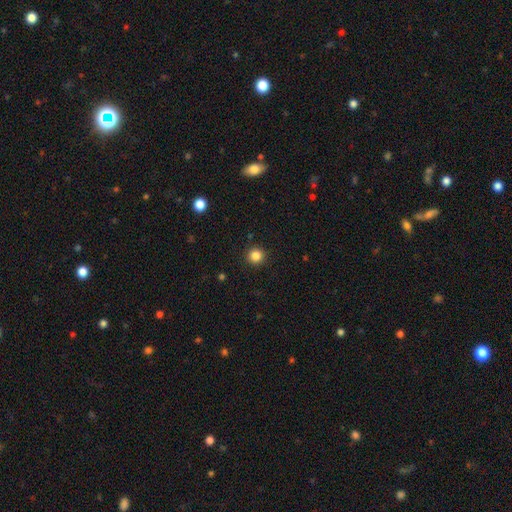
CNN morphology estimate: Smooth or featured?
  - smooth: 85% *
  - star or artifact: 11%
  - featured or disk: 4%
How rounded?
  - round: 94% *
  - in between: 5%
  - cigar-shaped: 1%
Merging?
  - none: 92% *
  - minor disturbance: 5%
  - major disturbance: 2%
  - merger: 1%